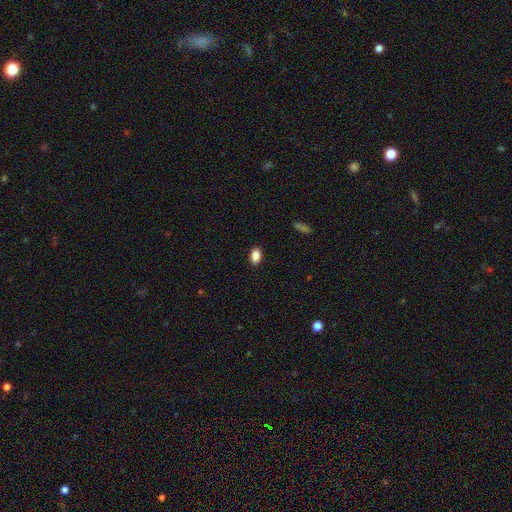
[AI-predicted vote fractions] Smooth or featured? smooth (88%)
How rounded? in between (86%)
Merging? none (89%)